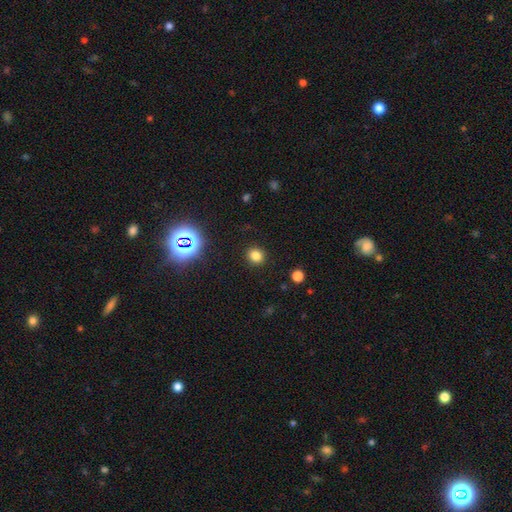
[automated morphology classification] smooth_or_featured: smooth (p=0.79) [alt: star or artifact p=0.16]
how_rounded: round (p=0.82) [alt: in between p=0.17]
merging: none (p=0.90) [alt: minor disturbance p=0.06]